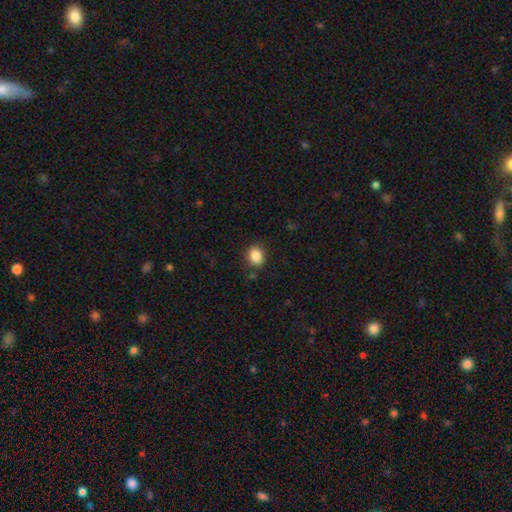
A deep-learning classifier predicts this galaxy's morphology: Smooth or featured: smooth — 86% (star or artifact — 9%)
How rounded: in between — 53% (round — 46%)
Merging: none — 83% (minor disturbance — 11%)